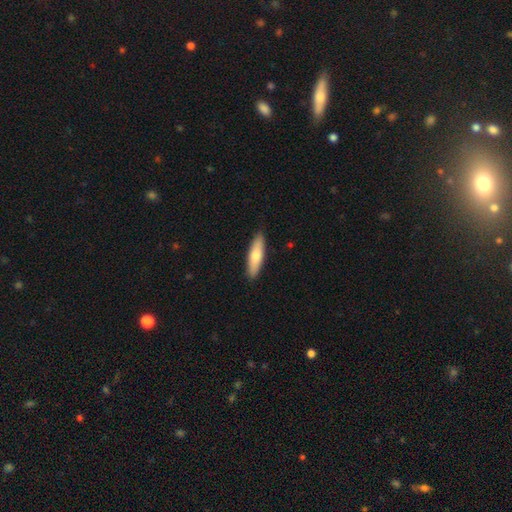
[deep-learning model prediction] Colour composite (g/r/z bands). It shows a smooth galaxy with no disk features (73%) that is cigar-shaped (64%). Merging: none (89%).